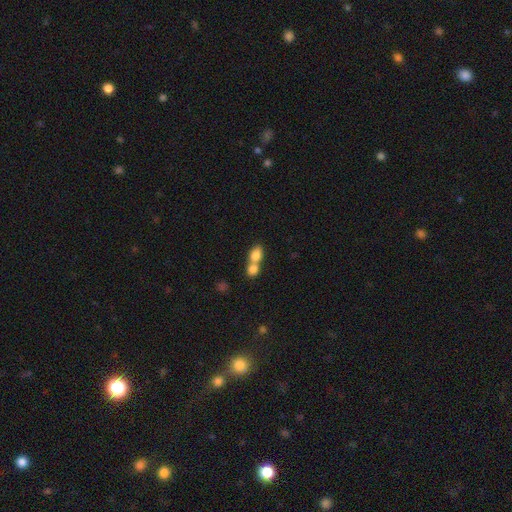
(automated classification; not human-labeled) This appears to be a smooth galaxy with no disk features (80%) that is in between round and cigar-shaped (66%). Merging: merger (68%).